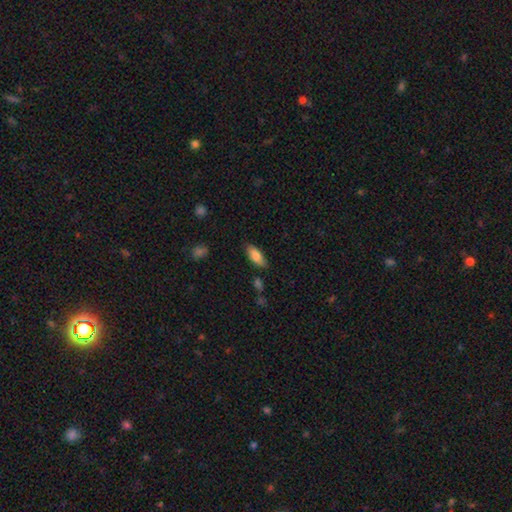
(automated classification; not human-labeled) A smooth galaxy with no disk features (82%) that is in between round and cigar-shaped (80%).

Vote fractions:
- Smooth or featured? smooth: 82% / featured or disk: 11% / star or artifact: 7%
- How rounded? in between: 80% / cigar-shaped: 18% / round: 2%
- Merging? none: 80% / minor disturbance: 15% / major disturbance: 3% / merger: 2%